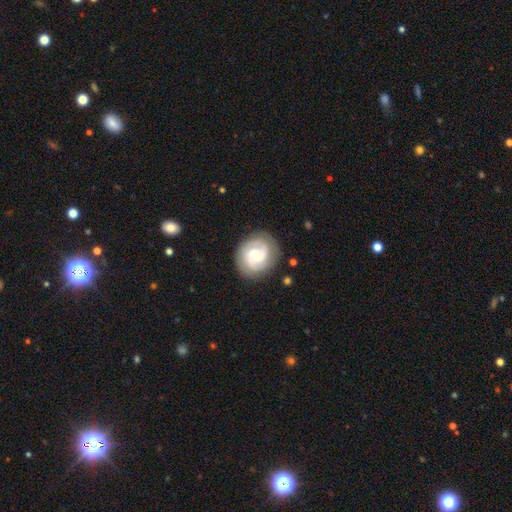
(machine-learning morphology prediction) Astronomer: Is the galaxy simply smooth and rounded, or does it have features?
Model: featured or disk — 76%.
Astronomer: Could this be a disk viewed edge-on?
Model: no — 98%.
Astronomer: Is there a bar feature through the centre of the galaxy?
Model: weak — 52% (runner-up: no, 36%).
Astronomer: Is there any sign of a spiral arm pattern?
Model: yes — 94%.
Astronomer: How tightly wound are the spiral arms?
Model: tight — 46% (runner-up: medium, 41%).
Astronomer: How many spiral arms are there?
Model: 2 — 67%.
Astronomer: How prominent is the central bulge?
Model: small — 49% (runner-up: moderate, 43%).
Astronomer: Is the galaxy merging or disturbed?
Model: none — 82%.